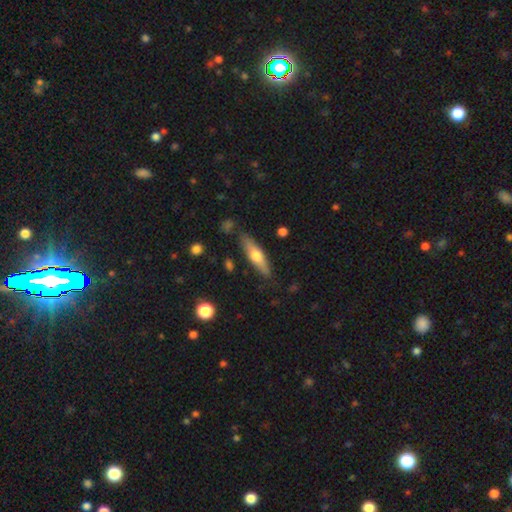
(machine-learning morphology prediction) Smooth or featured: smooth — 49% (featured or disk — 45%)
Merging: none — 81% (minor disturbance — 13%)